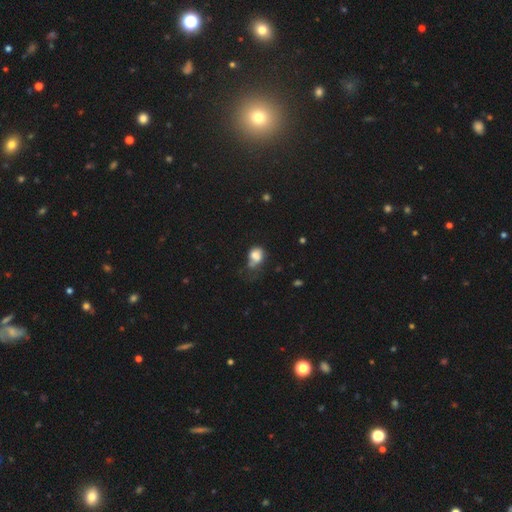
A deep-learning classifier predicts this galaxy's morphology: type=smooth (75%); roundness=in between (52%); merging=minor disturbance (29%).